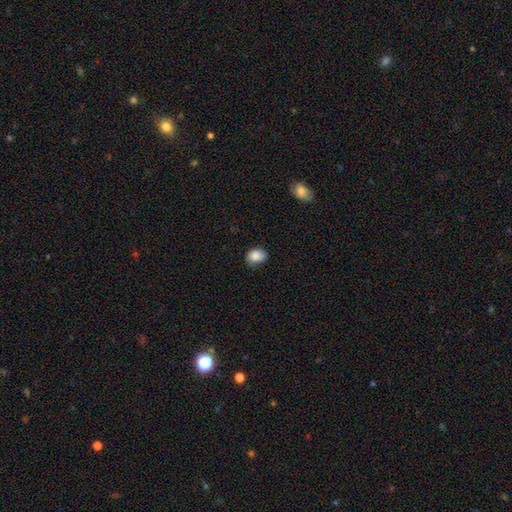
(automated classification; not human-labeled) The model was most divided on "how rounded": in between: 61%, round: 38%, cigar-shaped: 1%. More confident: smooth or featured — smooth (84%); merging — none (59%).